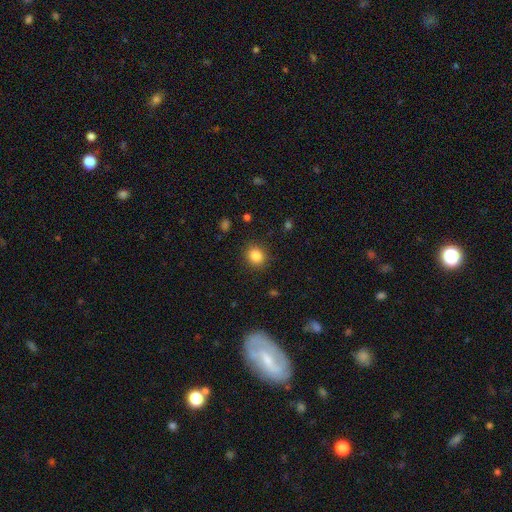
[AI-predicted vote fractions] This is clearly a smooth galaxy (85%). How rounded: likely round (76%). Merging: clearly none (89%).